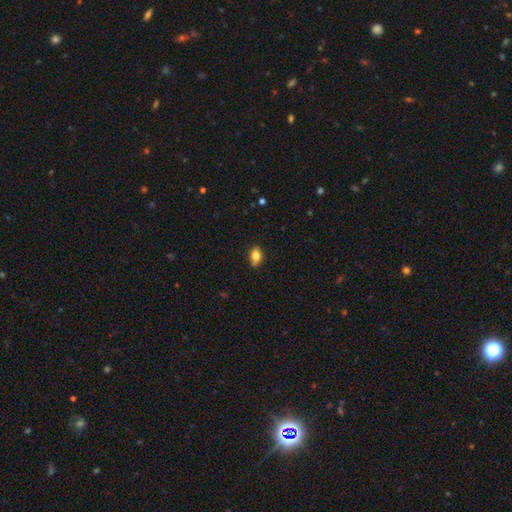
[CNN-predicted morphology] Overall: smooth (82%). How rounded: in between (83%). Merging: none (80%).